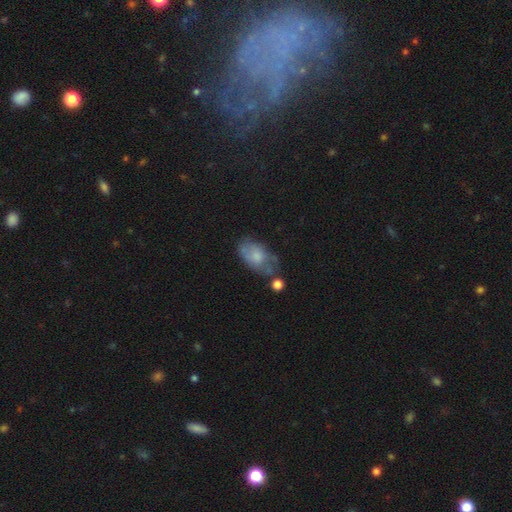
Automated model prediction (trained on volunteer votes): Morphology: type=smooth (58%); roundness=in between (91%); merging=none (41%).